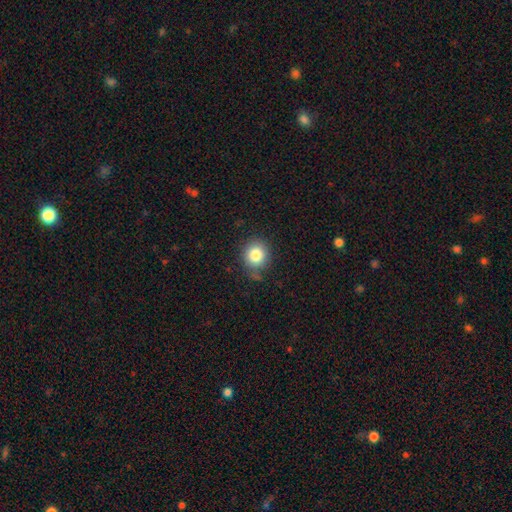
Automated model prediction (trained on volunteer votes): This is likely a smooth galaxy (76%). How rounded: clearly round (91%). Merging: clearly none (88%).